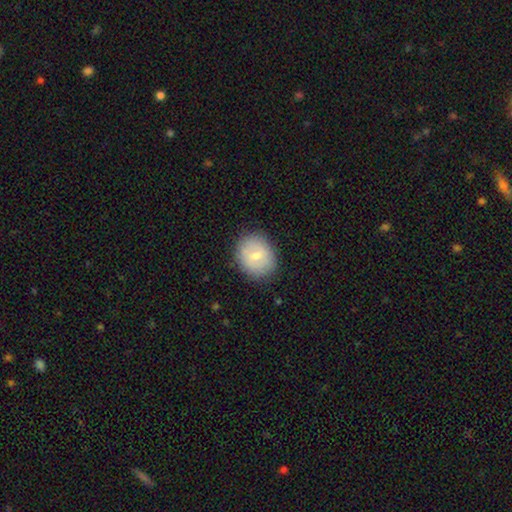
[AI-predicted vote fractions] This appears to be a smooth galaxy with no disk features (66%) that is round (65%). Merging: none (82%).